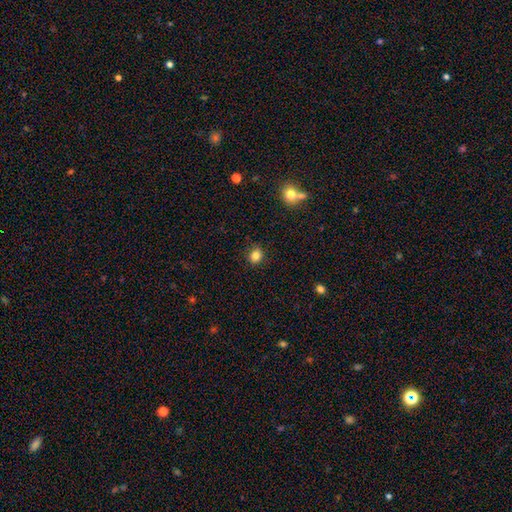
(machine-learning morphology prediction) A smooth galaxy with no disk features (83%) that is round (74%). Merging: none (87%).